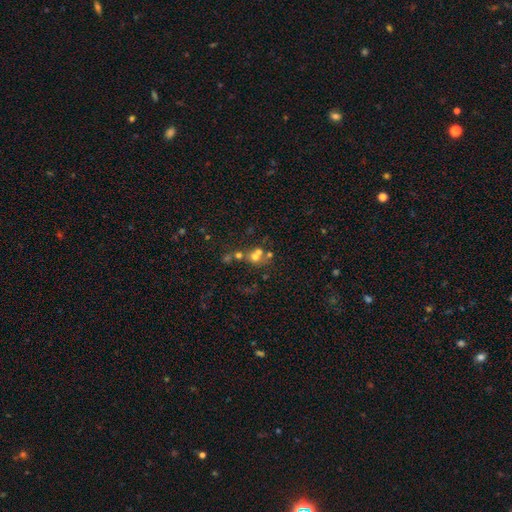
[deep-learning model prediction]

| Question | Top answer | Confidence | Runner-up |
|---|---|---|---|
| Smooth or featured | smooth | 53% | featured or disk (25%) |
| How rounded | round | 81% | in between (18%) |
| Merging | merger | 49% | none (38%) |